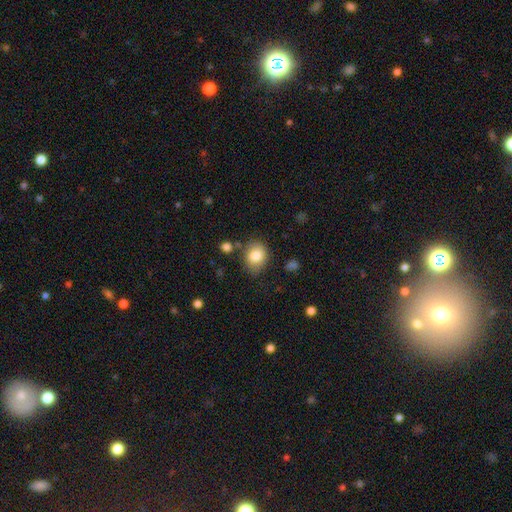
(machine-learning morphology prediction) This appears to be a smooth galaxy with no disk features (82%) that is round (54%). Merging: none (71%).